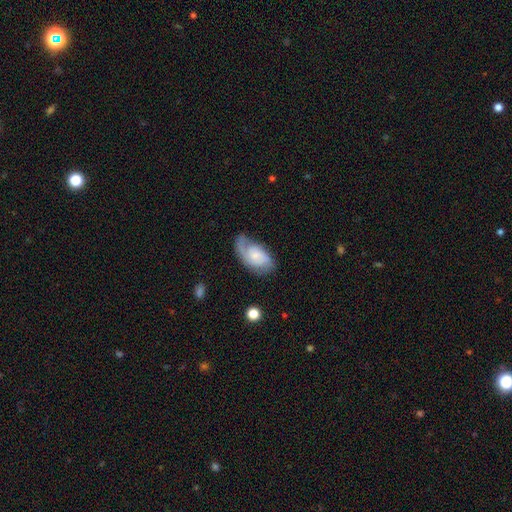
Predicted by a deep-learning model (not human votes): smooth-or-featured: featured or disk: 73% | smooth: 21% | star or artifact: 6%
  disk-edge-on: no: 96% | yes: 4%
    bar: no: 63% | weak: 32% | strong: 5%
    has-spiral-arms: yes: 94% | no: 6%
      spiral-winding: medium: 46% | tight: 35% | loose: 19%
      spiral-arm-count: 2: 64% | 1: 16% | can't tell: 12% | 3: 6% | 4: 2% | more than 4: 1%
    bulge-size: small: 53% | moderate: 27% | none: 13% | large: 5% | dominant: 2%
  merging: none: 61% | minor disturbance: 24% | major disturbance: 13% | merger: 2%